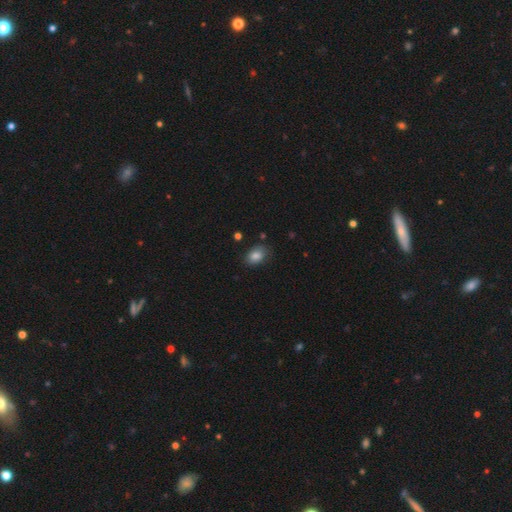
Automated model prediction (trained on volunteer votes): This appears to be a smooth galaxy with no disk features (82%) that is in between round and cigar-shaped (81%). Merging: none (77%).